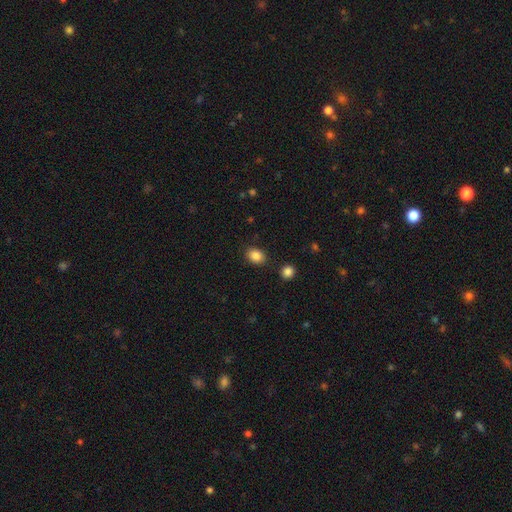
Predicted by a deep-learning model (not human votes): smooth 86%, star or artifact 9%, featured or disk 5%. Down the decision tree: how rounded — in between (64%); merging — none (84%).